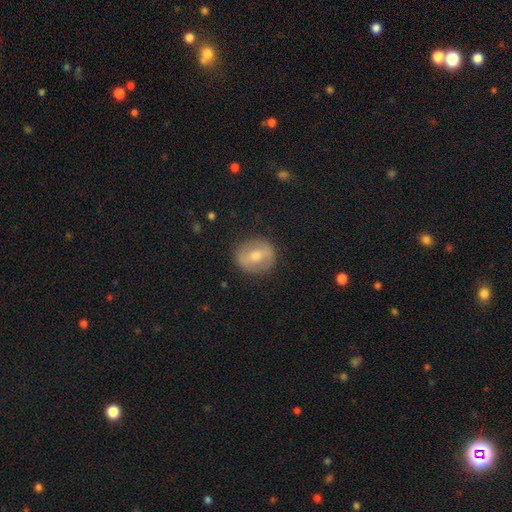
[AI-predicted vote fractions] Smooth or featured? smooth (47%)
Merging? none (87%)